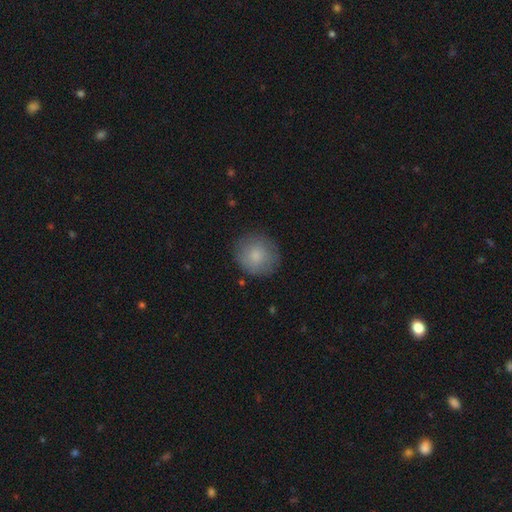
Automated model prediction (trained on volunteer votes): This appears to be a smooth galaxy with no disk features (81%) that is round (88%). Merging: none (83%).